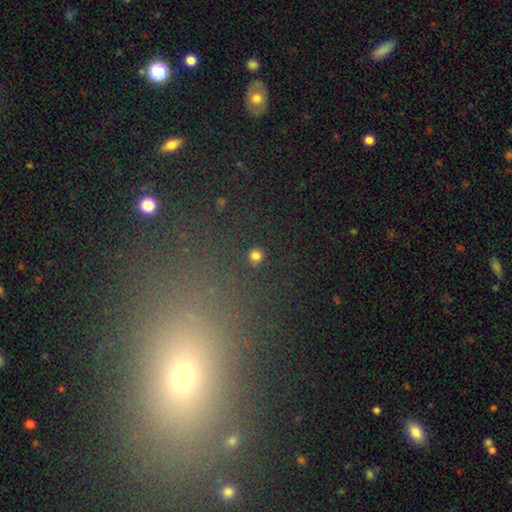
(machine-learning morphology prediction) smooth-or-featured: smooth: 80% | star or artifact: 16% | featured or disk: 4%
  how-rounded: round: 93% | in between: 6% | cigar-shaped: 1%
  merging: none: 90% | minor disturbance: 6% | major disturbance: 2% | merger: 2%